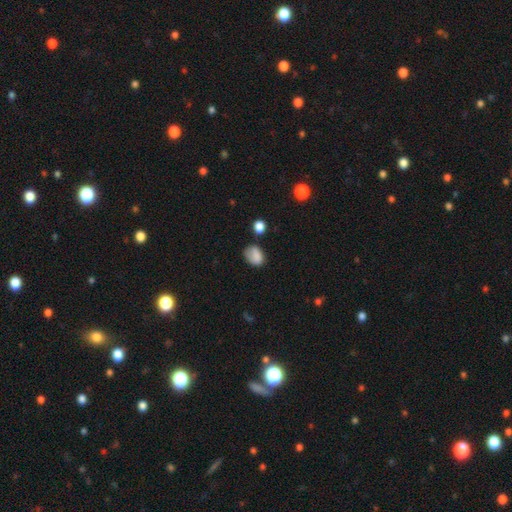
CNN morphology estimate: Smooth or featured? smooth (81%)
How rounded? in between (66%)
Merging? none (51%)